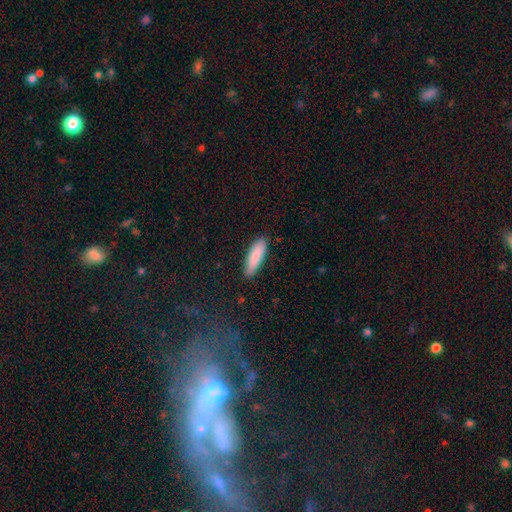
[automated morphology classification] smooth_or_featured: smooth (p=0.88) [alt: featured or disk p=0.07]
how_rounded: cigar-shaped (p=0.59) [alt: in between p=0.40]
merging: none (p=0.87) [alt: minor disturbance p=0.10]